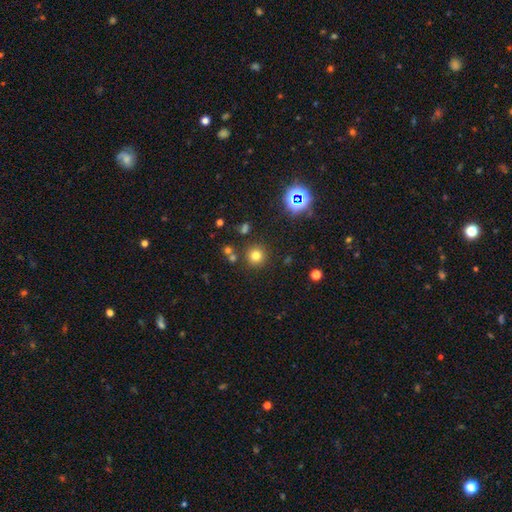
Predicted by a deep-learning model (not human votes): A smooth galaxy with no disk features (73%) that is round (94%). Merging: none (84%).